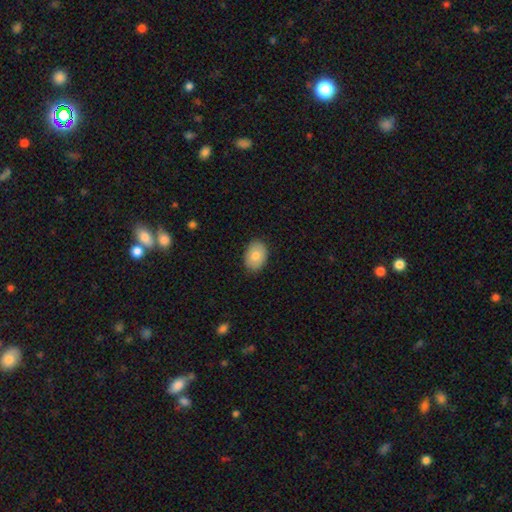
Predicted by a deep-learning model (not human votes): A smooth galaxy with no disk features (78%) that is in between round and cigar-shaped (75%). Merging: none (87%).